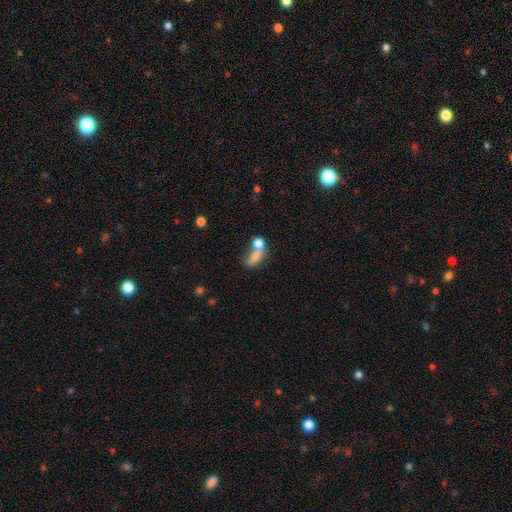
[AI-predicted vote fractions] This is likely a smooth galaxy (71%). How rounded: likely in between (61%). Merging: possibly merger (48%).